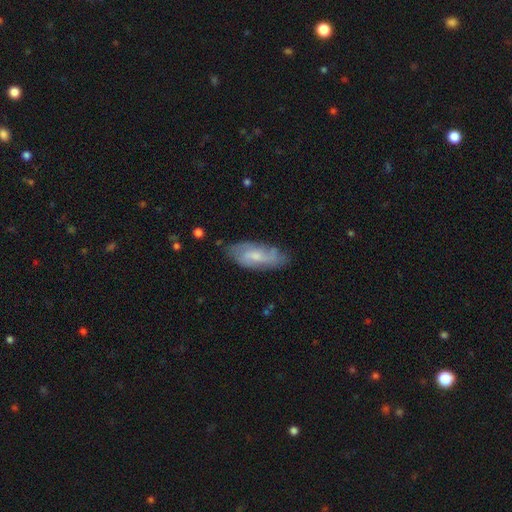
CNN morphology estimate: Smooth or featured: featured or disk — 60% (smooth — 33%)
Edge-on disk: no — 88% (yes — 12%)
Bar: no — 47% (weak — 44%)
Spiral arms: yes — 86% (no — 14%)
Bulge size: small — 48% (moderate — 38%)
Merging: none — 73% (minor disturbance — 21%)